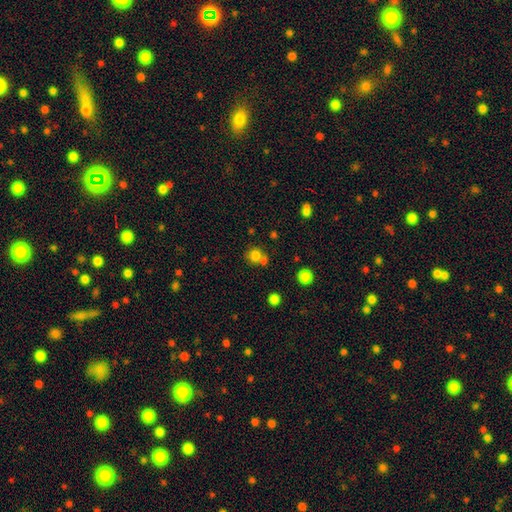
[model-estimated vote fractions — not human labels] smooth_or_featured: smooth (p=0.77) [alt: star or artifact p=0.14]
how_rounded: round (p=0.85) [alt: in between p=0.14]
merging: none (p=0.55) [alt: merger p=0.31]